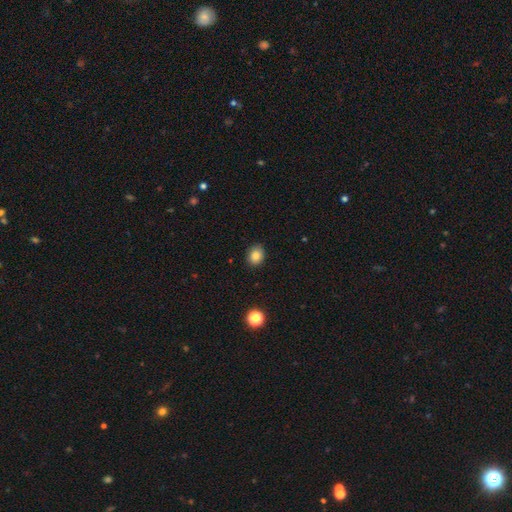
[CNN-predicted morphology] A smooth galaxy with no disk features (84%) that is round (53%).

Vote fractions:
- Smooth or featured? smooth: 84% / star or artifact: 10% / featured or disk: 6%
- How rounded? round: 53% / in between: 46% / cigar-shaped: 1%
- Merging? none: 88% / minor disturbance: 9% / major disturbance: 2% / merger: 1%